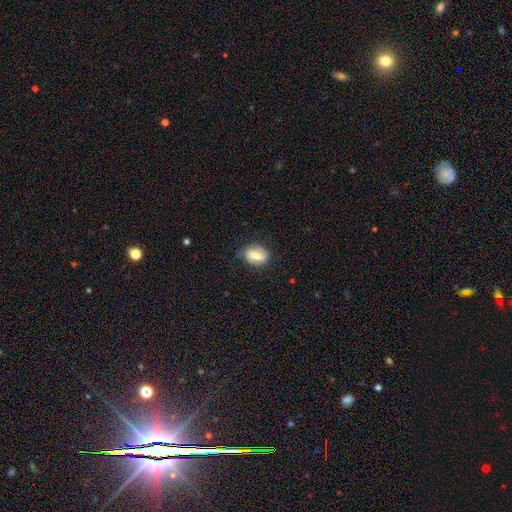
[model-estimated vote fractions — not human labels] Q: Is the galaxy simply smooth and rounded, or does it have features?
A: smooth — 49%.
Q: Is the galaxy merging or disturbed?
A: none — 69%.